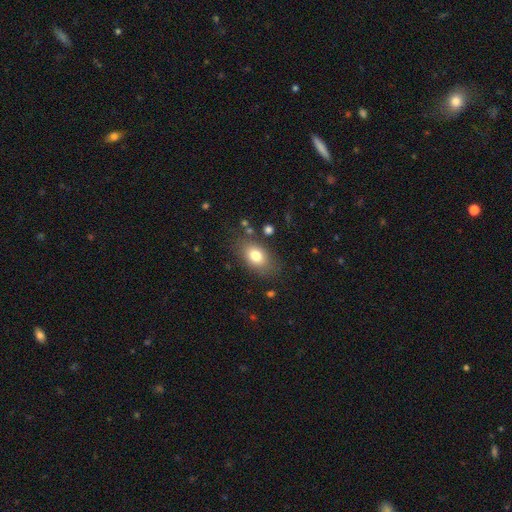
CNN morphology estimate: A smooth galaxy with no disk features (79%) that is in between round and cigar-shaped (83%).

Vote fractions:
- Smooth or featured? smooth: 79% / featured or disk: 12% / star or artifact: 9%
- How rounded? in between: 83% / round: 15% / cigar-shaped: 2%
- Merging? none: 79% / minor disturbance: 14% / major disturbance: 5% / merger: 3%